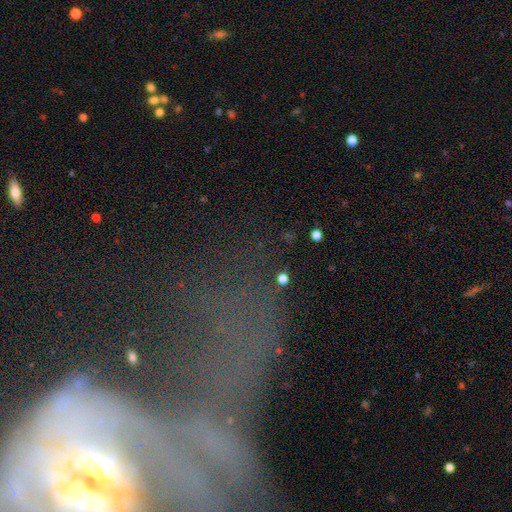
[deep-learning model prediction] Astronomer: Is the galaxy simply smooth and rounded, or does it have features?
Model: star or artifact — 47% (runner-up: featured or disk, 32%).